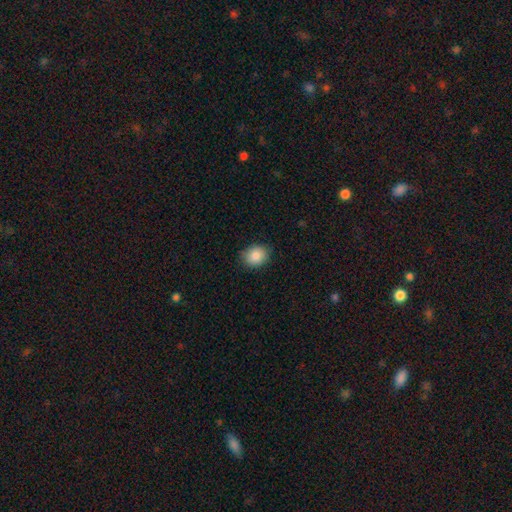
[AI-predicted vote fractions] Smooth or featured? smooth (86%)
How rounded? round (51%)
Merging? none (85%)